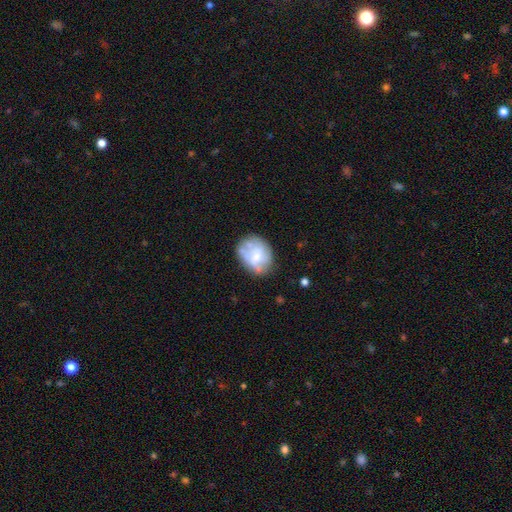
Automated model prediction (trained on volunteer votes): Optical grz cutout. It shows a smooth galaxy with no disk features (47%). Merging: none (53%).